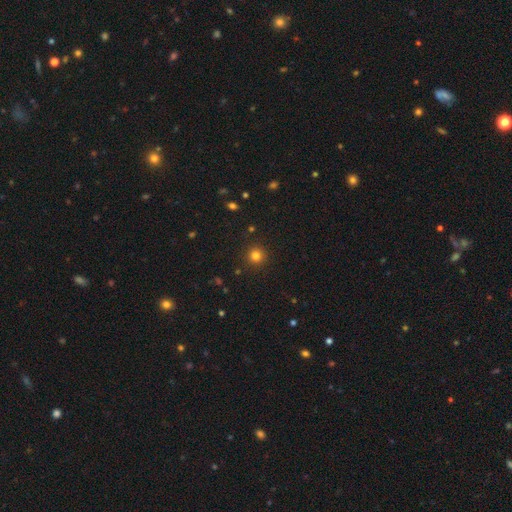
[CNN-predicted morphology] The model was most divided on "smooth or featured": smooth: 80%, star or artifact: 15%, featured or disk: 6%. More confident: how rounded — round (95%); merging — none (91%).